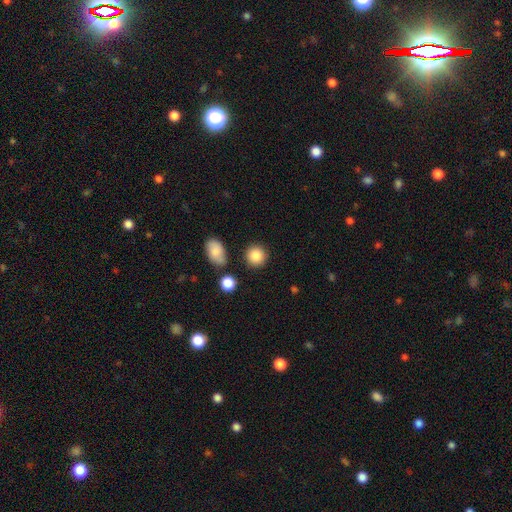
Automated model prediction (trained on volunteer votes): Smooth or featured?
  - smooth: 86% *
  - star or artifact: 9%
  - featured or disk: 5%
How rounded?
  - round: 90% *
  - in between: 9%
  - cigar-shaped: 1%
Merging?
  - none: 85% *
  - minor disturbance: 9%
  - merger: 4%
  - major disturbance: 3%